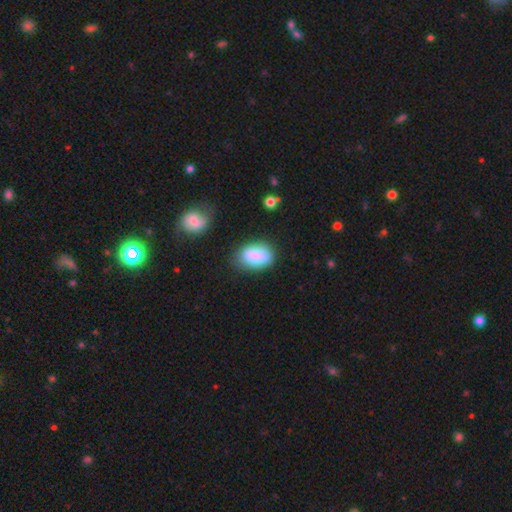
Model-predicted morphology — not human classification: smooth 81%, featured or disk 11%, star or artifact 8%. Down the decision tree: how rounded — in between (87%); merging — none (68%).